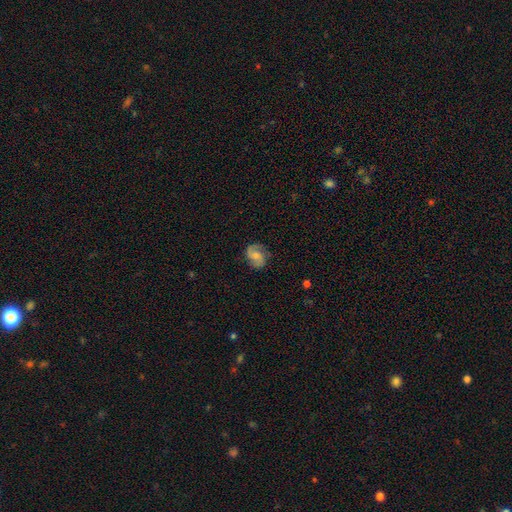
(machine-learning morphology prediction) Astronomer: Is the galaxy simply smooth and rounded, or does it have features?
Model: featured or disk — 74%.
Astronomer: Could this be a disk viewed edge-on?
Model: no — 98%.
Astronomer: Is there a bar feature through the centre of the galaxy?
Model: no — 52% (runner-up: weak, 41%).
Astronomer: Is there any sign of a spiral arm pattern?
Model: yes — 96%.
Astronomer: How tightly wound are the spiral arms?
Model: medium — 51% (runner-up: loose, 28%).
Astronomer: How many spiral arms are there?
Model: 2 — 90%.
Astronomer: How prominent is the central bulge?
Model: moderate — 45% (runner-up: small, 39%).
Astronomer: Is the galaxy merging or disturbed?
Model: none — 80%.